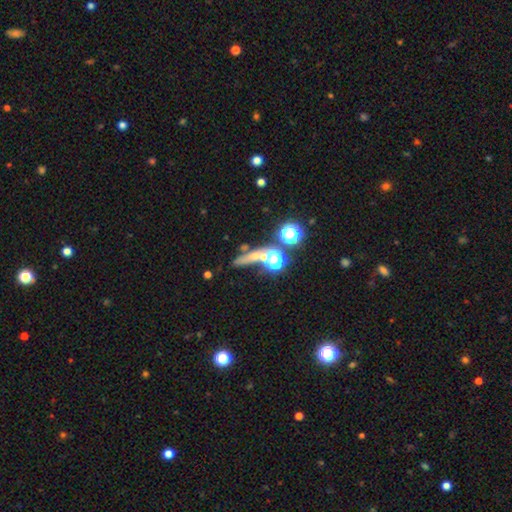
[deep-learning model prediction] This appears to be a smooth galaxy with no disk features (39%). Merging: none (57%).